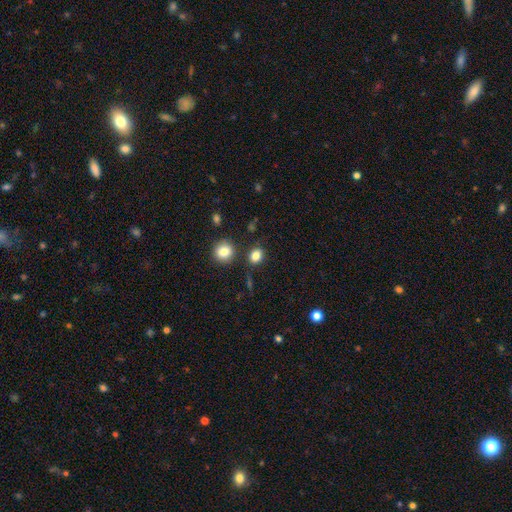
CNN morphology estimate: This appears to be a smooth galaxy with no disk features (83%) that is round (60%). Merging: none (81%).